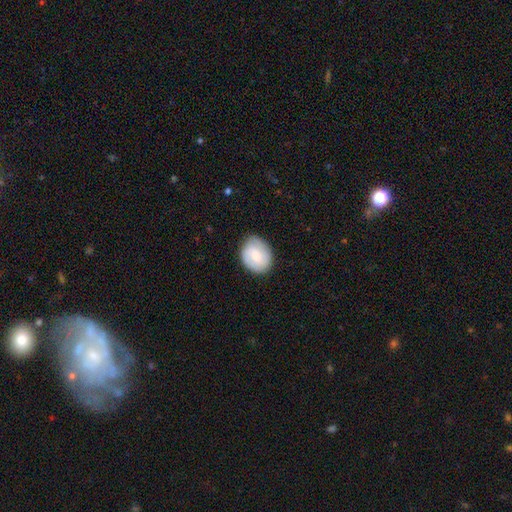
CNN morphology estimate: Smooth or featured: smooth — 55% (featured or disk — 38%)
How rounded: round — 54% (in between — 45%)
Merging: none — 80% (minor disturbance — 15%)